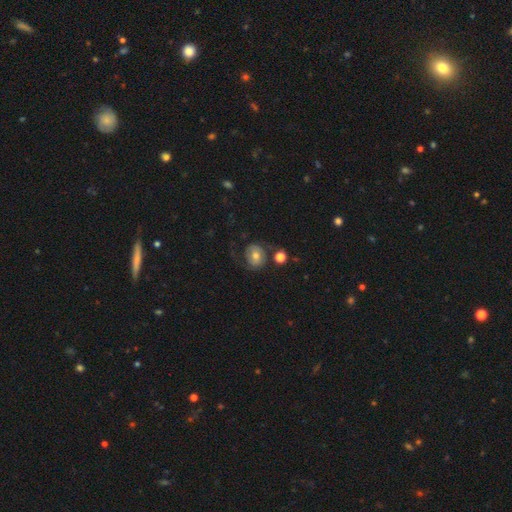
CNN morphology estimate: Overall: smooth (49%; featured or disk 41%). Merging: none (60%).